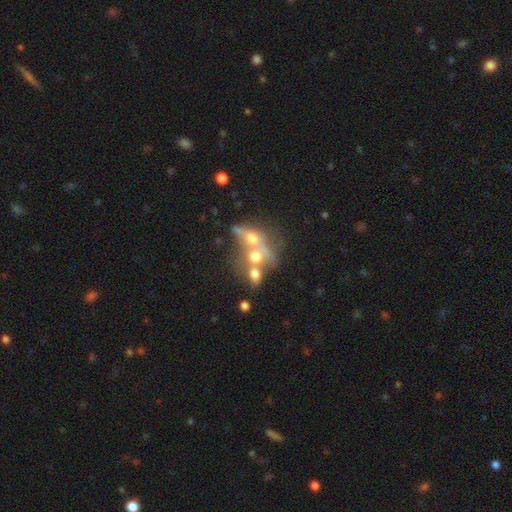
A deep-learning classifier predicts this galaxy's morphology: Q: Smooth or featured?
A: smooth (45%); runner-up: featured or disk (39%)
Q: Merging?
A: merger (64%); runner-up: none (20%)